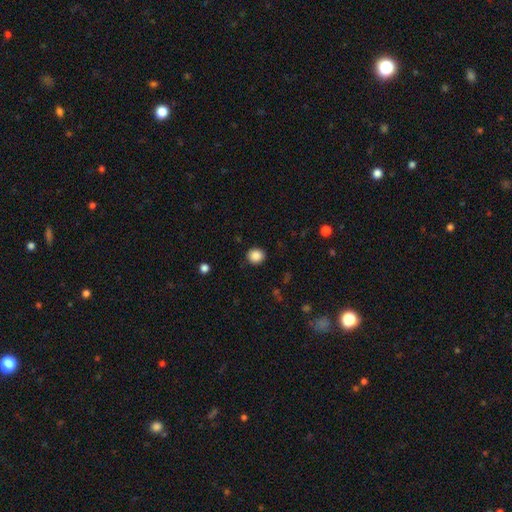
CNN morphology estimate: A smooth galaxy with no disk features (87%) that is round (85%). Merging: none (90%).